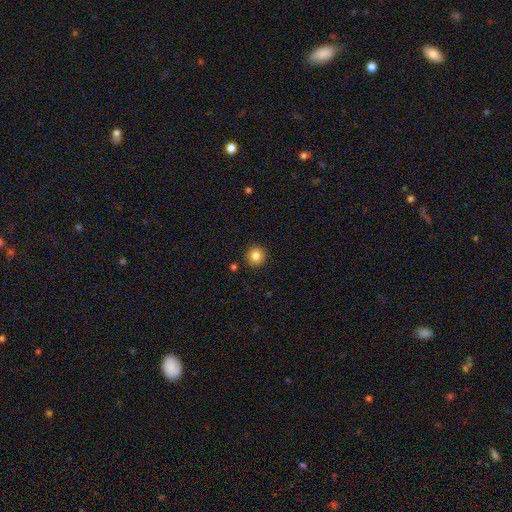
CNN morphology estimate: smooth-or-featured: smooth: 84% | star or artifact: 10% | featured or disk: 6%
  how-rounded: round: 93% | in between: 6% | cigar-shaped: 1%
  merging: none: 91% | minor disturbance: 6% | merger: 2% | major disturbance: 2%